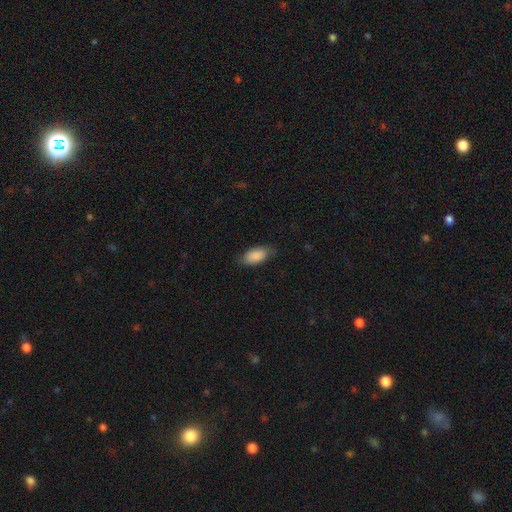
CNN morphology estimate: Smooth or featured?
  - smooth: 87% *
  - featured or disk: 7%
  - star or artifact: 6%
How rounded?
  - in between: 91% *
  - cigar-shaped: 7%
  - round: 2%
Merging?
  - none: 78% *
  - minor disturbance: 17%
  - major disturbance: 4%
  - merger: 1%